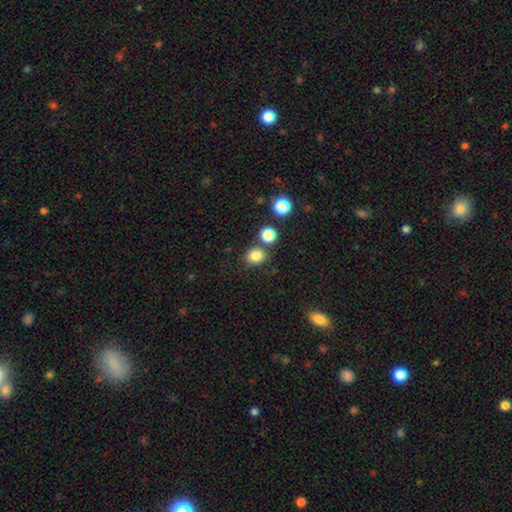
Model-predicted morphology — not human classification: Smooth or featured? smooth (82%)
How rounded? round (72%)
Merging? none (75%)